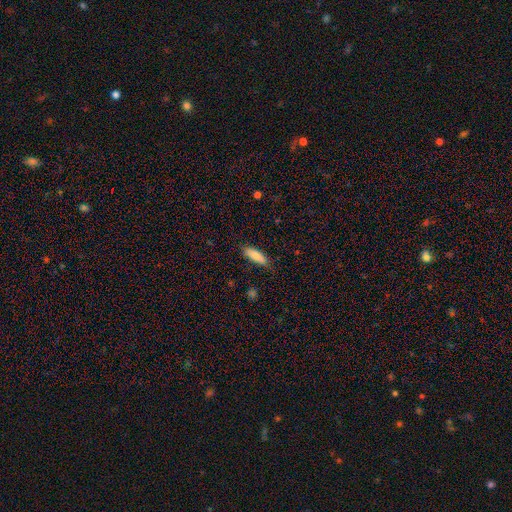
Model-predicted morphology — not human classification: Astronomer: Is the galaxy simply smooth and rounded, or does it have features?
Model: smooth — 82%.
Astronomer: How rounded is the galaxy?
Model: in between — 60% (runner-up: cigar-shaped, 39%).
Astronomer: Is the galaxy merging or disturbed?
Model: none — 81%.